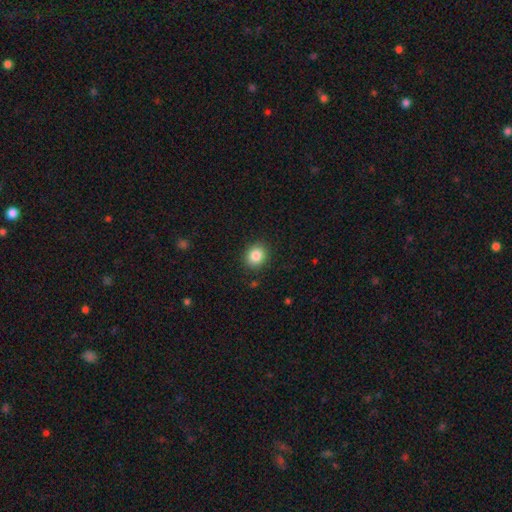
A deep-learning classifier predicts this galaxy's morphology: This is clearly a smooth galaxy (85%). How rounded: likely round (76%). Merging: clearly none (89%).